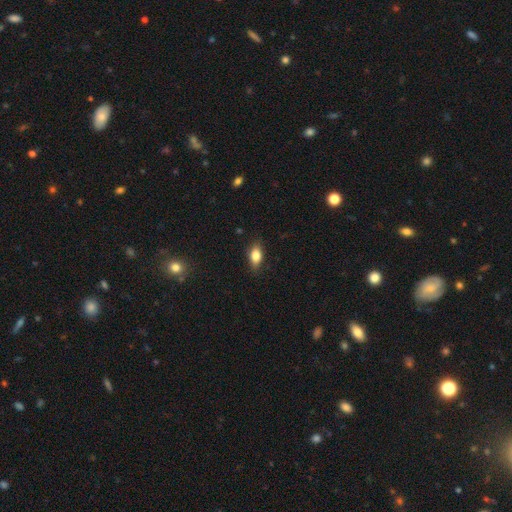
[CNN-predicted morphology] smooth_or_featured: smooth (p=0.81) [alt: featured or disk p=0.11]
how_rounded: in between (p=0.84) [alt: round p=0.09]
merging: none (p=0.82) [alt: minor disturbance p=0.14]